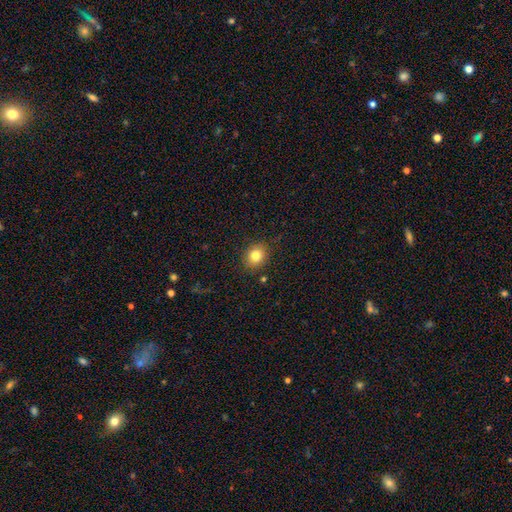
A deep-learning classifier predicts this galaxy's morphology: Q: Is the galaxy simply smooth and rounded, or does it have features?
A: smooth — 81%.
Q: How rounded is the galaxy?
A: round — 66%.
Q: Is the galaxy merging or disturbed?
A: none — 87%.